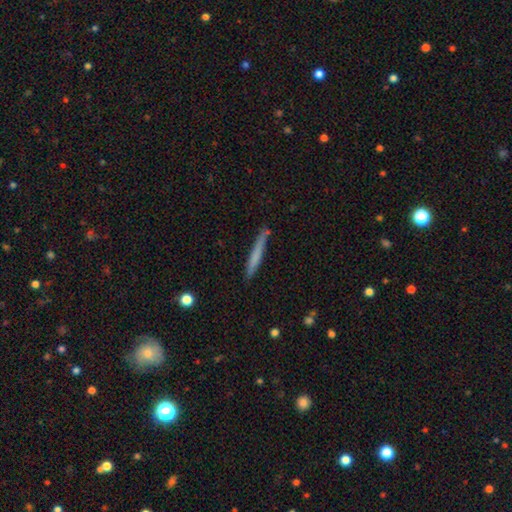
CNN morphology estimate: The model was most divided on "smooth or featured": smooth: 66%, featured or disk: 28%, star or artifact: 6%. More confident: how rounded — cigar-shaped (96%); merging — none (82%).